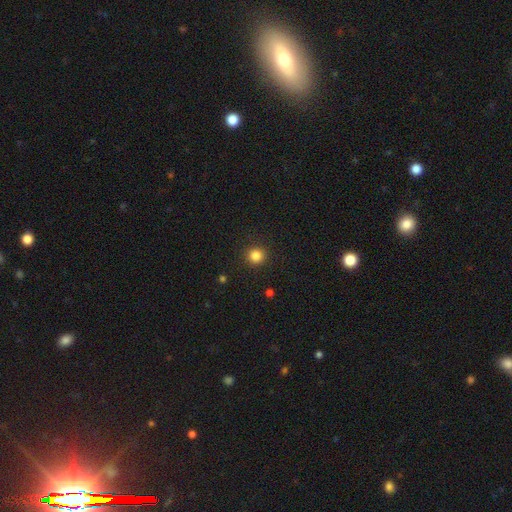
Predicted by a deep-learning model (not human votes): Morphology: type=smooth (84%); roundness=round (94%); merging=none (92%).